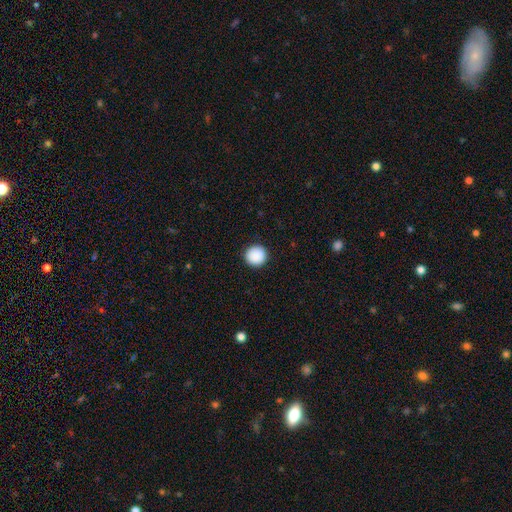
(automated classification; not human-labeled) This is clearly a smooth galaxy (90%). How rounded: clearly round (95%). Merging: clearly none (93%).